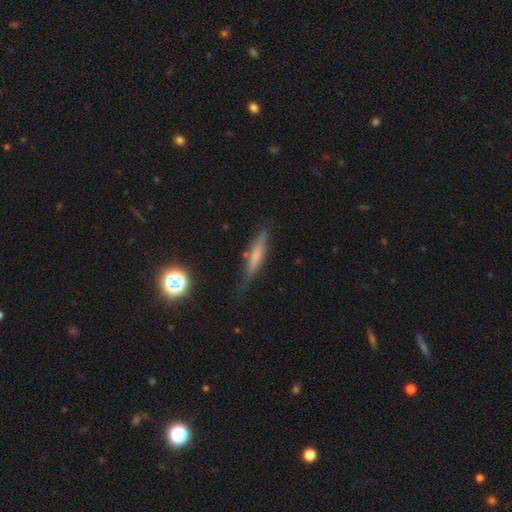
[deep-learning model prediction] Morphology: type=smooth (48%); merging=none (72%).